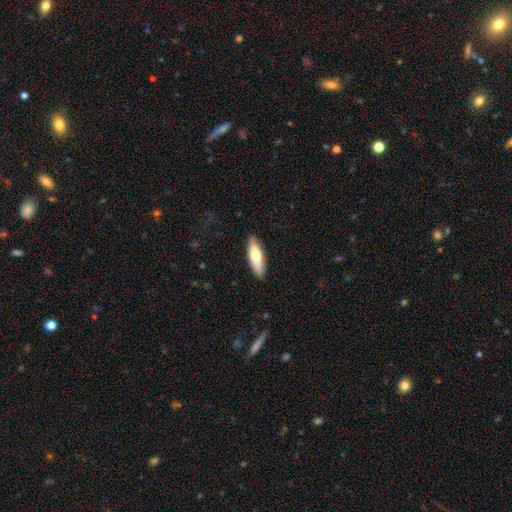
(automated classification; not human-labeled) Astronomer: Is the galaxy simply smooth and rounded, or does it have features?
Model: smooth — 71%.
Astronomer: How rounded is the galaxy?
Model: cigar-shaped — 50% (runner-up: in between, 48%).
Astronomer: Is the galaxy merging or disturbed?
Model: none — 88%.